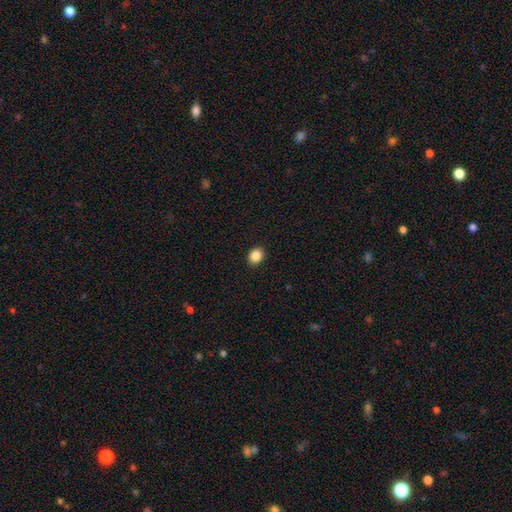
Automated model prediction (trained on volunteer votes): smooth 87%, star or artifact 10%, featured or disk 4%. Down the decision tree: how rounded — round (56%); merging — none (91%).